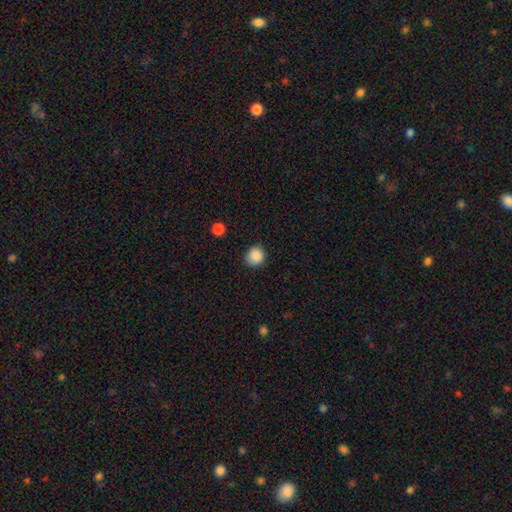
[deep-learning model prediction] Q: Smooth or featured?
A: smooth (87%); runner-up: star or artifact (10%)
Q: How rounded?
A: round (90%); runner-up: in between (9%)
Q: Merging?
A: none (86%); runner-up: minor disturbance (10%)